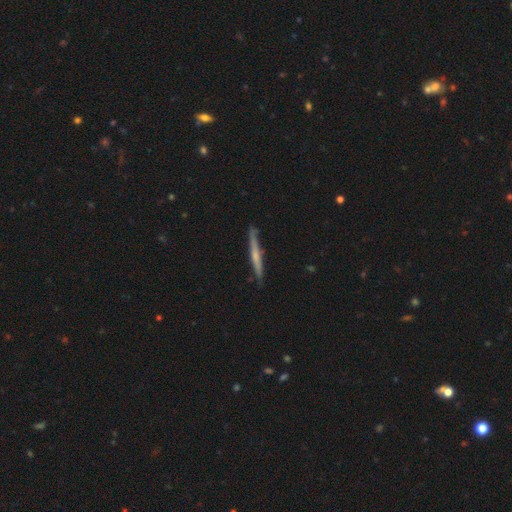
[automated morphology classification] smooth-or-featured: featured or disk: 52% | smooth: 43% | star or artifact: 6%
  disk-edge-on: yes: 95% | no: 5%
  merging: none: 82% | minor disturbance: 14% | major disturbance: 2% | merger: 2%